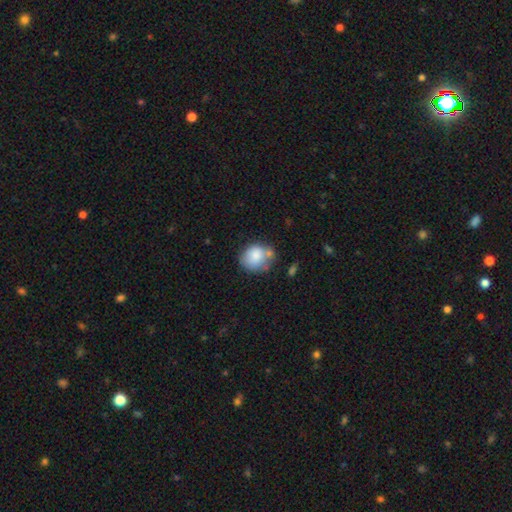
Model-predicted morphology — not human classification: Smooth or featured? smooth (80%)
How rounded? round (68%)
Merging? none (50%)